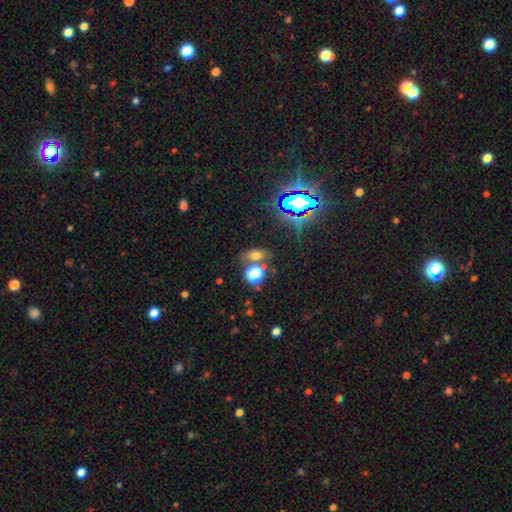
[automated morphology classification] Smooth or featured: smooth — 59% (star or artifact — 29%)
How rounded: in between — 68% (round — 26%)
Merging: none — 70% (merger — 13%)